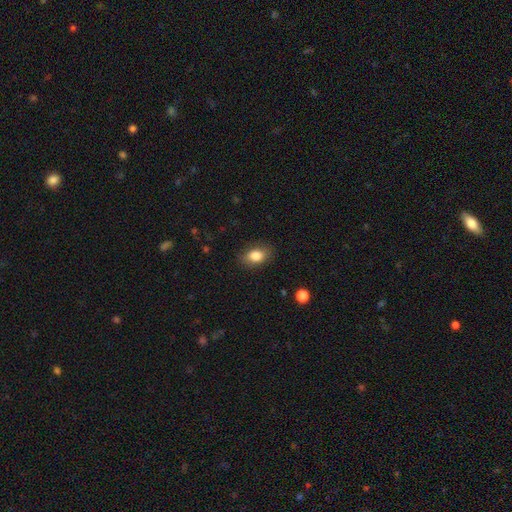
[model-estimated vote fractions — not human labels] A smooth galaxy with no disk features (84%) that is in between round and cigar-shaped (81%). Merging: none (84%).